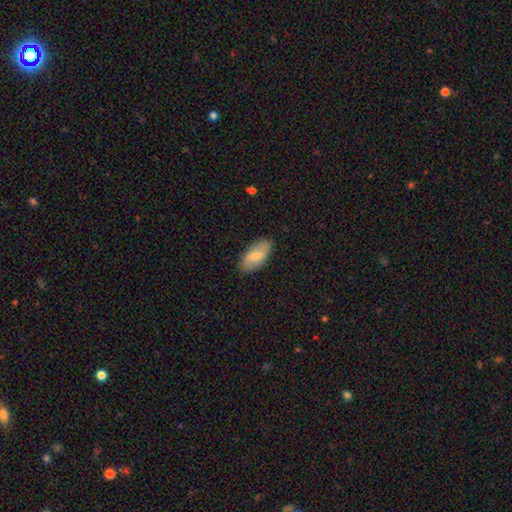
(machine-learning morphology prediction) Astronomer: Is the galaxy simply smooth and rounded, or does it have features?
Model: smooth — 67%.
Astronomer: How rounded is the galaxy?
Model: in between — 91%.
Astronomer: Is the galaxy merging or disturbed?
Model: none — 83%.